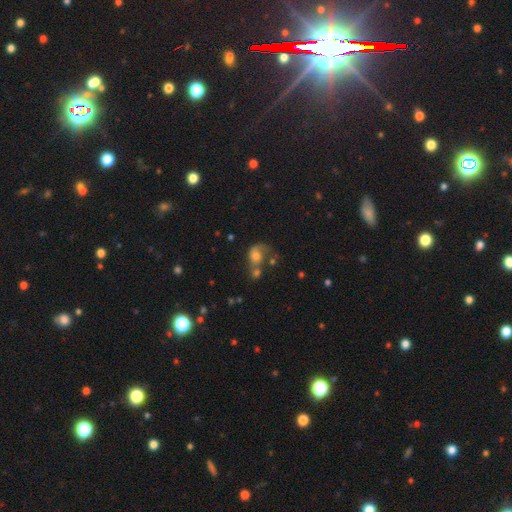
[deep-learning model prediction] smooth-or-featured: smooth: 50% | featured or disk: 38% | star or artifact: 12%
  how-rounded: in between: 55% | round: 43% | cigar-shaped: 2%
  merging: merger: 38% | major disturbance: 30% | none: 19% | minor disturbance: 13%